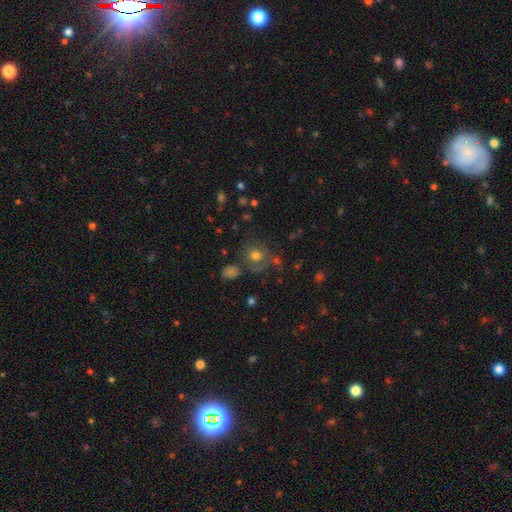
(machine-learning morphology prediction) Smooth or featured? Predicted: smooth (p=0.64). How rounded? Predicted: round (p=0.80). Merging? Predicted: none (p=0.61).